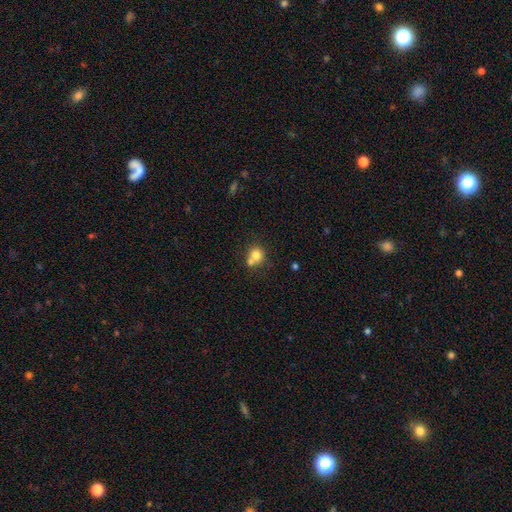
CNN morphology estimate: The model was most divided on "merging": merger: 45%, none: 43%, minor disturbance: 9%, major disturbance: 3%. More confident: how rounded — round (82%); smooth or featured — smooth (76%).